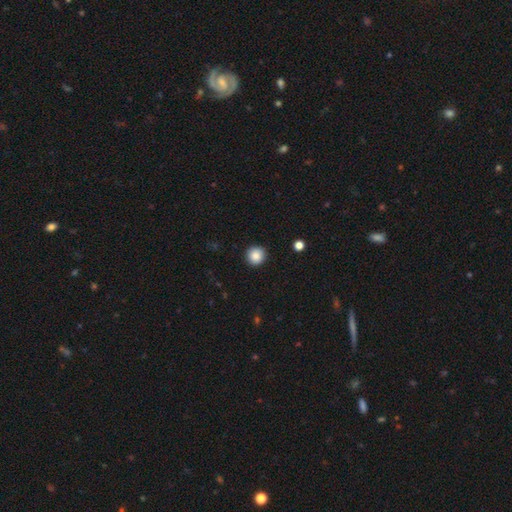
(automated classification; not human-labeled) Smooth or featured? Predicted: smooth (p=0.87). How rounded? Predicted: round (p=0.94). Merging? Predicted: none (p=0.92).